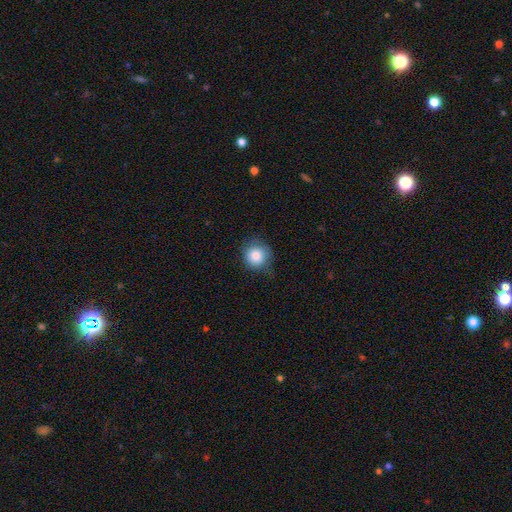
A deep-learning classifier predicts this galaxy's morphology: This appears to be a smooth galaxy with no disk features (84%) that is round (90%). Merging: none (69%).